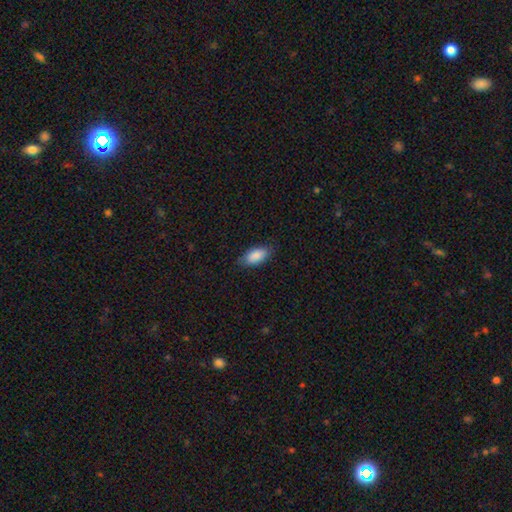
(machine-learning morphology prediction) This appears to be a smooth galaxy with no disk features (88%) that is in between round and cigar-shaped (92%). Merging: none (80%).